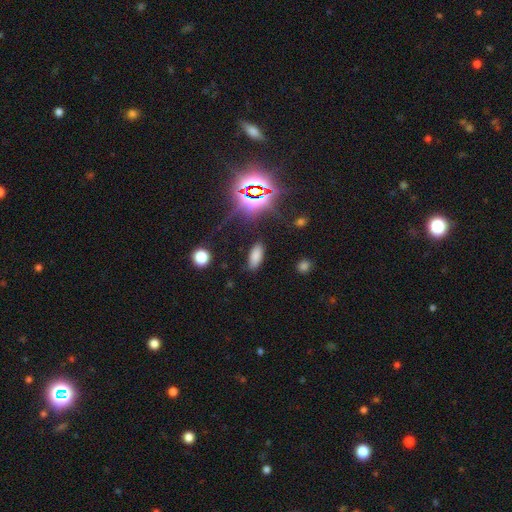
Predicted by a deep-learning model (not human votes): Smooth or featured? smooth (73%)
How rounded? in between (84%)
Merging? none (84%)